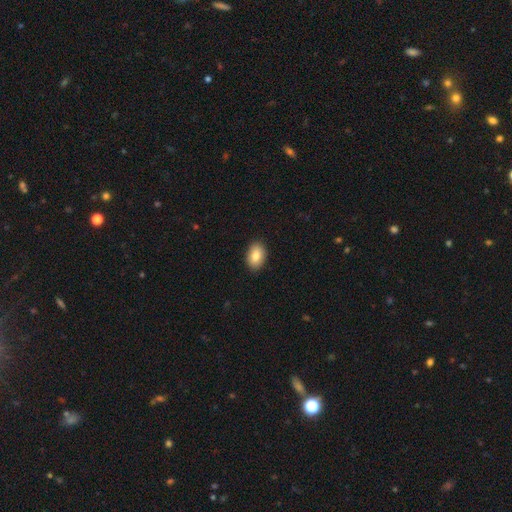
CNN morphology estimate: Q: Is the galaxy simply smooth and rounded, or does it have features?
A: smooth — 84%.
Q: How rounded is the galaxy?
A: in between — 83%.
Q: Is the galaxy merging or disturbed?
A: none — 89%.